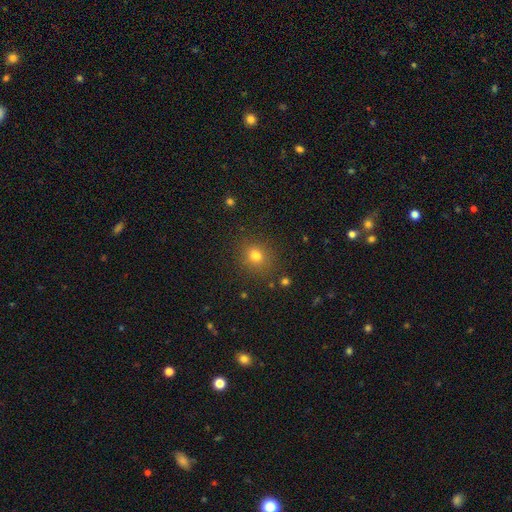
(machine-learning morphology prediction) Smooth or featured? Predicted: smooth (p=0.78). How rounded? Predicted: round (p=0.75). Merging? Predicted: none (p=0.84).